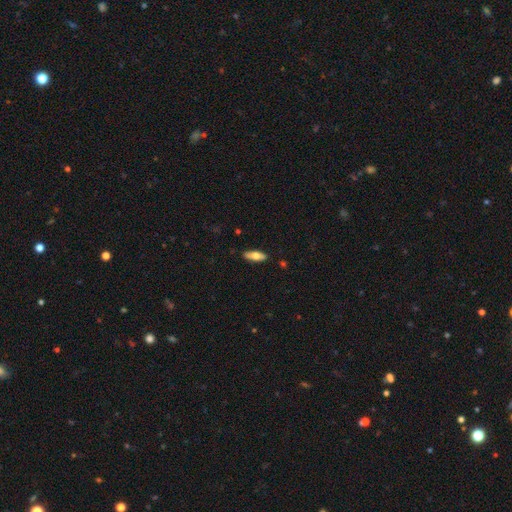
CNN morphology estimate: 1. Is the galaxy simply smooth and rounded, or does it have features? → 67% smooth, 27% featured or disk, 6% star or artifact.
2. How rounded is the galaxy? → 64% in between, 33% cigar-shaped, 2% round.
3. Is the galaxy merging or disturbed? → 88% none, 9% minor disturbance, 2% major disturbance, 1% merger.